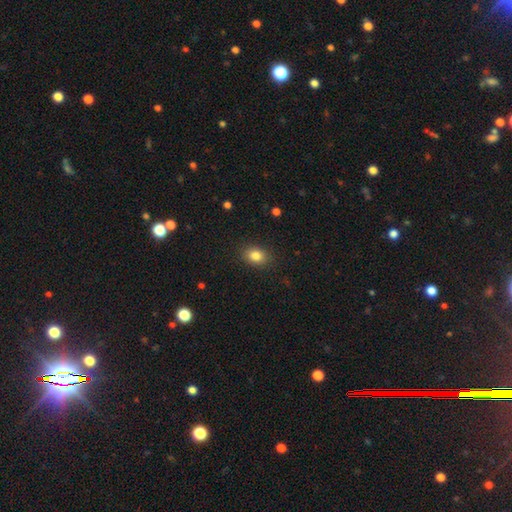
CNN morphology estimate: Q: Smooth or featured?
A: smooth (83%); runner-up: star or artifact (10%)
Q: How rounded?
A: in between (66%); runner-up: round (33%)
Q: Merging?
A: none (88%); runner-up: minor disturbance (9%)